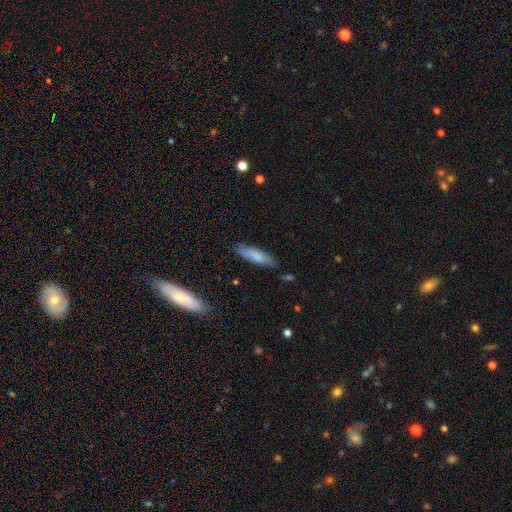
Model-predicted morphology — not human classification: Smooth or featured? Predicted: smooth (p=0.76). How rounded? Predicted: cigar-shaped (p=0.57). Merging? Predicted: none (p=0.76).